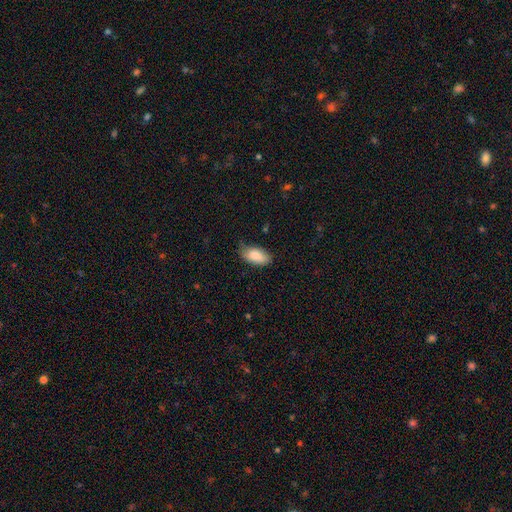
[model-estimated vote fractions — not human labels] Morphology: type=smooth (85%); roundness=in between (93%); merging=none (64%).